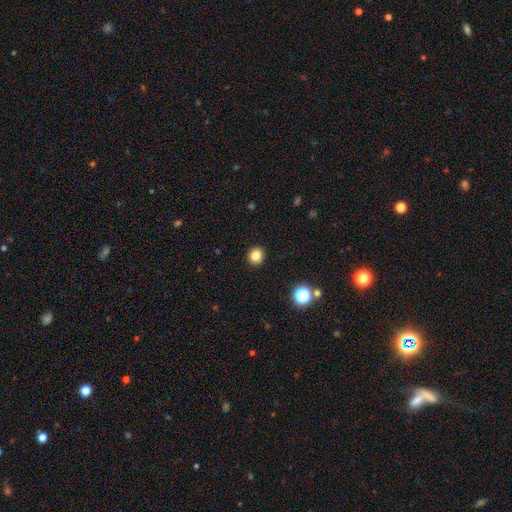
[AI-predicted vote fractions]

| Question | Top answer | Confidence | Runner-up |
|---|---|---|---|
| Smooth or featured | smooth | 83% | star or artifact (12%) |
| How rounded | round | 89% | in between (10%) |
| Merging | none | 93% | minor disturbance (5%) |